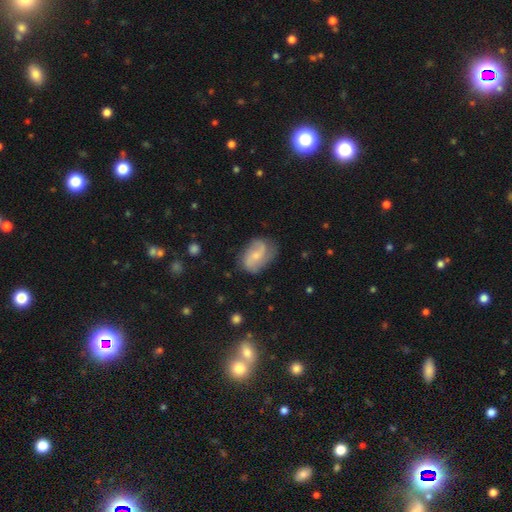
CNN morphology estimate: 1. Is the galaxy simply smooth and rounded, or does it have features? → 69% featured or disk, 24% smooth, 7% star or artifact.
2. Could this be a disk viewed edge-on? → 97% no, 3% yes.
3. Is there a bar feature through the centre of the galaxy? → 51% no, 39% weak, 11% strong.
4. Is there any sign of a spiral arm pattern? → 92% yes, 8% no.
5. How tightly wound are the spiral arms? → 52% loose, 35% medium, 13% tight.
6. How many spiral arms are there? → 82% 2, 8% can't tell, 4% 1, 3% 3, 1% 4, 1% more than 4.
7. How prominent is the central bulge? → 64% small, 28% moderate, 5% none, 2% large, 1% dominant.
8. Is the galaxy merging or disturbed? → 69% none, 21% minor disturbance, 8% major disturbance, 2% merger.